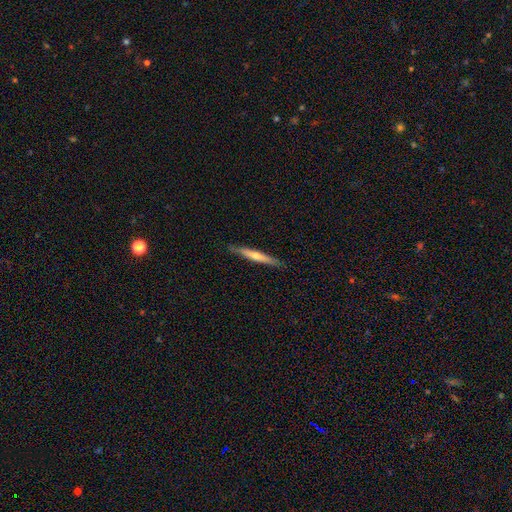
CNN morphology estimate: This is possibly a featured or disk galaxy (54%). It is clearly viewed edge-on (95%). Edge-on bulge: likely rounded (66%). Merging: clearly none (89%).